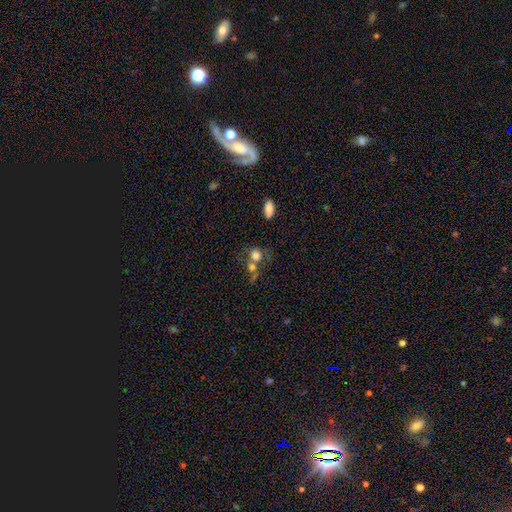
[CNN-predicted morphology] A smooth galaxy with no disk features (73%) that is round (67%).

Vote fractions:
- Smooth or featured? smooth: 73% / featured or disk: 15% / star or artifact: 13%
- How rounded? round: 67% / in between: 31% / cigar-shaped: 2%
- Merging? merger: 44% / none: 35% / minor disturbance: 12% / major disturbance: 9%